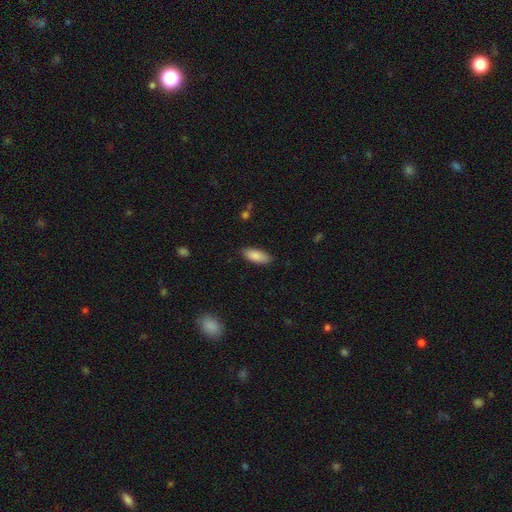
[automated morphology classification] type=smooth (87%); roundness=in between (81%); merging=none (85%).